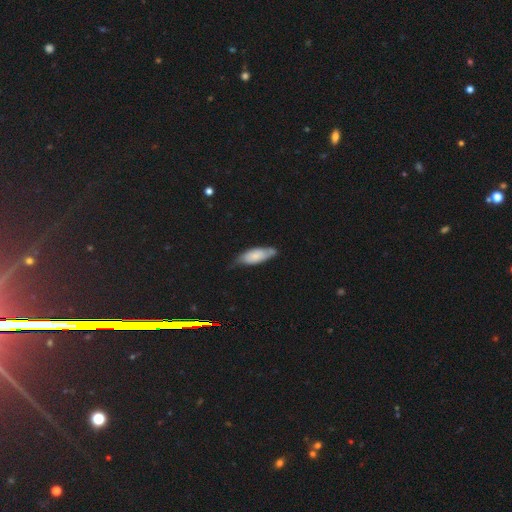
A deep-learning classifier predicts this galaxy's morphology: Smooth or featured?
  - smooth: 69% *
  - featured or disk: 25%
  - star or artifact: 6%
How rounded?
  - in between: 69% *
  - cigar-shaped: 29%
  - round: 2%
Merging?
  - none: 55% *
  - minor disturbance: 34%
  - major disturbance: 7%
  - merger: 4%